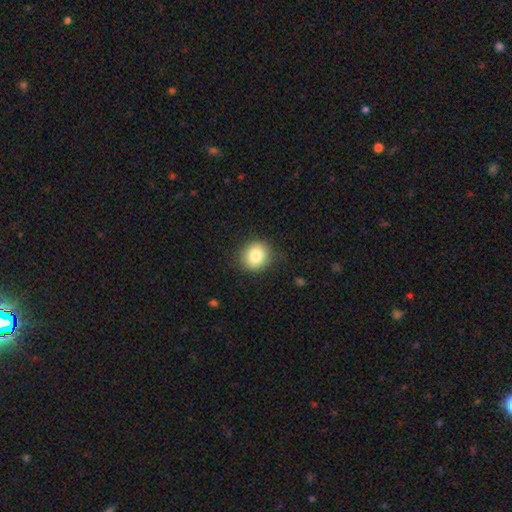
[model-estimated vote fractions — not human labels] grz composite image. It shows a smooth galaxy with no disk features (83%) that is round (81%). Merging: none (86%).